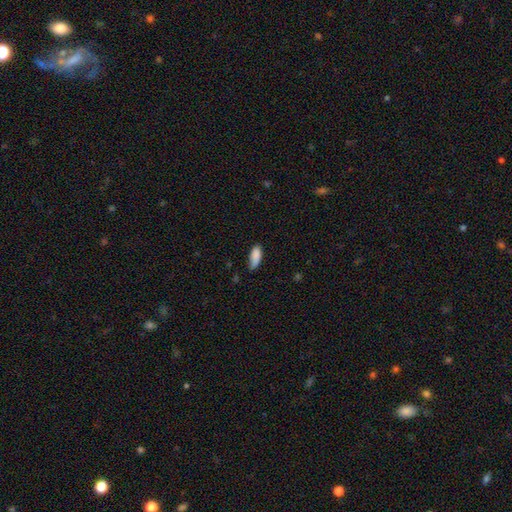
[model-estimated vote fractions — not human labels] This appears to be a smooth galaxy with no disk features (86%) that is in between round and cigar-shaped (82%). Merging: none (59%).